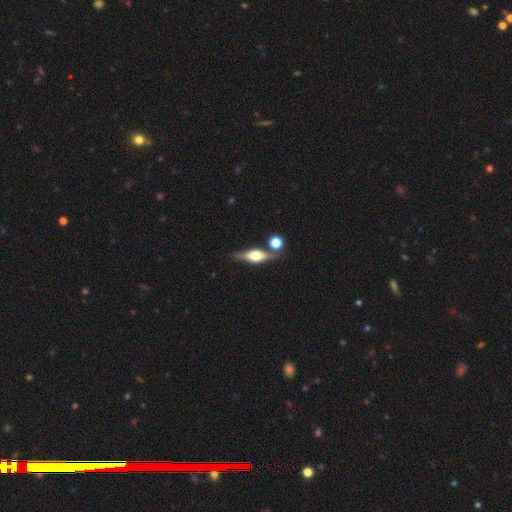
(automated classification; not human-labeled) smooth_or_featured: featured or disk (p=0.64) [alt: smooth p=0.28]
disk_edge_on: yes (p=0.93) [alt: no p=0.07]
edge_on_bulge: rounded (p=0.90) [alt: boxy p=0.08]
merging: none (p=0.72) [alt: minor disturbance p=0.13]